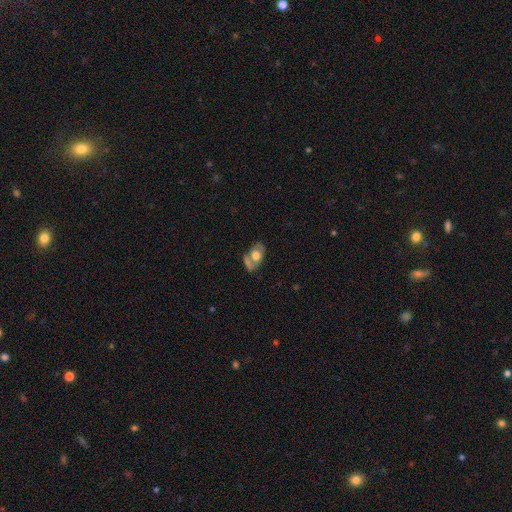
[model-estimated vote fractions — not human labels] smooth_or_featured: smooth (p=0.50) [alt: featured or disk p=0.43]
how_rounded: in between (p=0.84) [alt: round p=0.13]
merging: none (p=0.49) [alt: merger p=0.23]